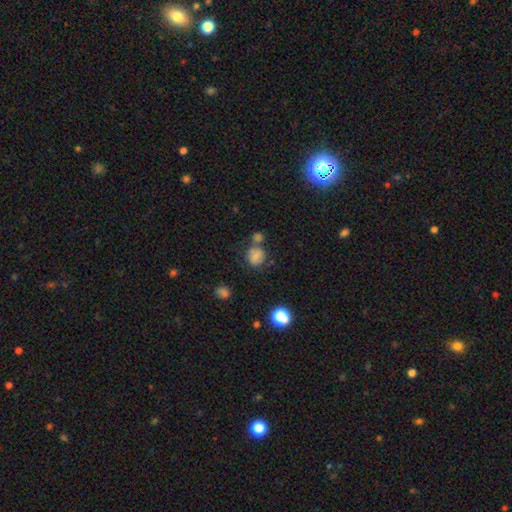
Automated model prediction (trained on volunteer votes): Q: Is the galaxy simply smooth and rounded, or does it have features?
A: smooth — 73%.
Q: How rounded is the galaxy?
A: round — 74%.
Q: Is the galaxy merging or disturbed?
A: none — 48%.